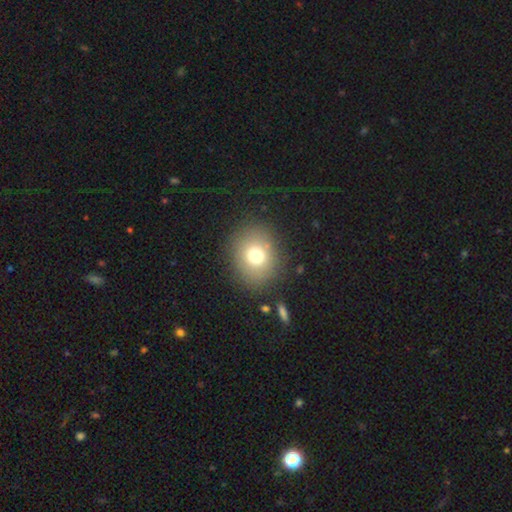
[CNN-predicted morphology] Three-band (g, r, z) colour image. It shows a smooth galaxy with no disk features (72%) that is round (67%). Merging: none (83%).